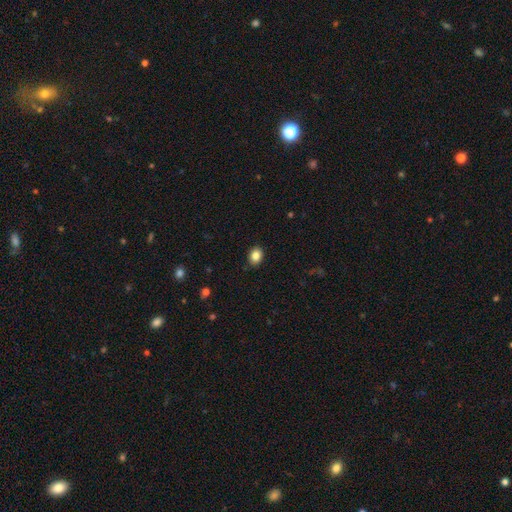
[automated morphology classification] Smooth or featured?
  - smooth: 85% *
  - star or artifact: 9%
  - featured or disk: 6%
How rounded?
  - in between: 62% *
  - round: 37%
  - cigar-shaped: 1%
Merging?
  - none: 89% *
  - minor disturbance: 8%
  - major disturbance: 2%
  - merger: 1%